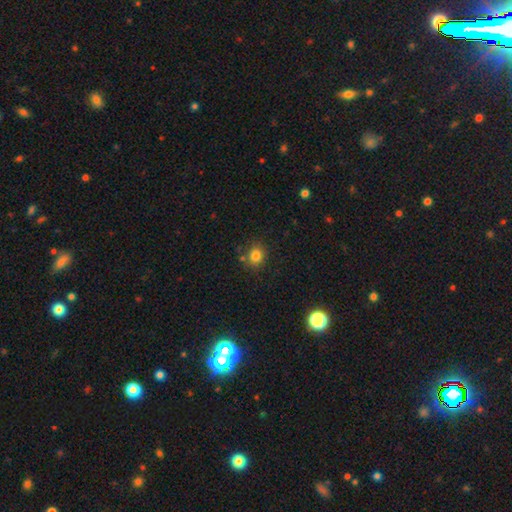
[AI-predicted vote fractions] Smooth or featured?
  - smooth: 81% *
  - star or artifact: 13%
  - featured or disk: 6%
How rounded?
  - round: 76% *
  - in between: 24%
  - cigar-shaped: 1%
Merging?
  - none: 78% *
  - minor disturbance: 13%
  - merger: 6%
  - major disturbance: 4%